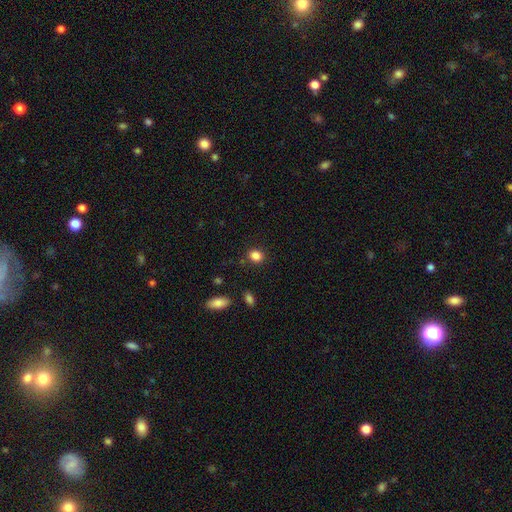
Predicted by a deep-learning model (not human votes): smooth-or-featured: smooth: 85% | star or artifact: 10% | featured or disk: 4%
  how-rounded: round: 60% | in between: 38% | cigar-shaped: 1%
  merging: none: 84% | minor disturbance: 10% | major disturbance: 3% | merger: 3%